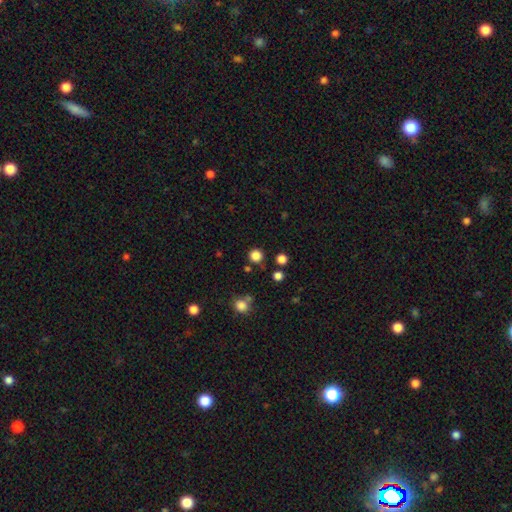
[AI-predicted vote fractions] This appears to be a smooth galaxy with no disk features (82%) that is round (93%). Merging: none (84%).